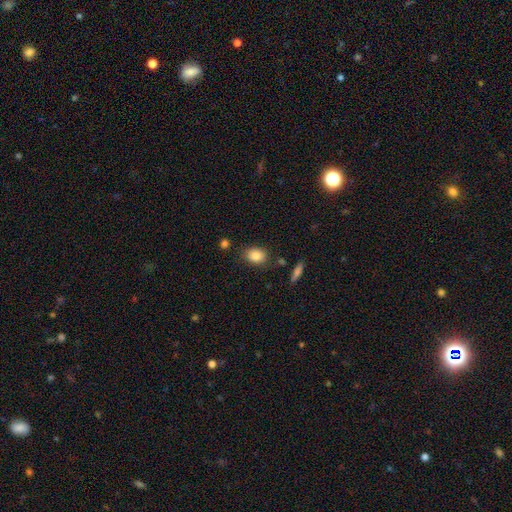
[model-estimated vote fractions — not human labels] A smooth galaxy with no disk features (85%) that is in between round and cigar-shaped (65%). Merging: none (80%).